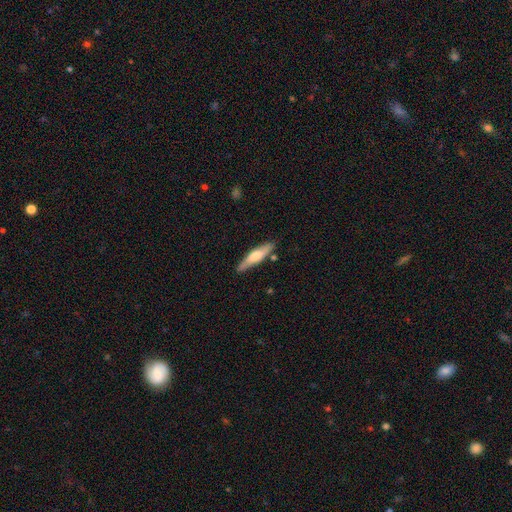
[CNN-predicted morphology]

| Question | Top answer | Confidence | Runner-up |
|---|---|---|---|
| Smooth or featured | smooth | 49% | featured or disk (45%) |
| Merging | none | 83% | minor disturbance (12%) |